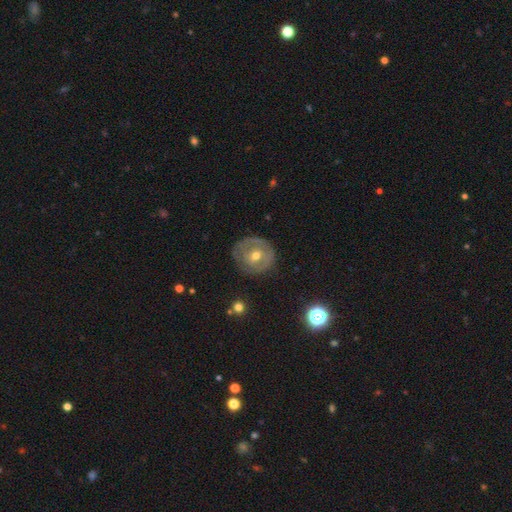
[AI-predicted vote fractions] A featured or disk galaxy (60%) with no bar (59%), no spiral arms (54%) and a moderate central bulge (65%).

Vote fractions:
- Smooth or featured? featured or disk: 60% / smooth: 32% / star or artifact: 8%
- Edge-on disk? no: 96% / yes: 4%
- Bar? no: 59% / weak: 31% / strong: 10%
- Spiral arms? no: 54% / yes: 46%
- Bulge size? moderate: 65% / small: 31% / large: 2% / none: 1% / dominant: 1%
- Merging? none: 74% / minor disturbance: 18% / major disturbance: 7% / merger: 2%